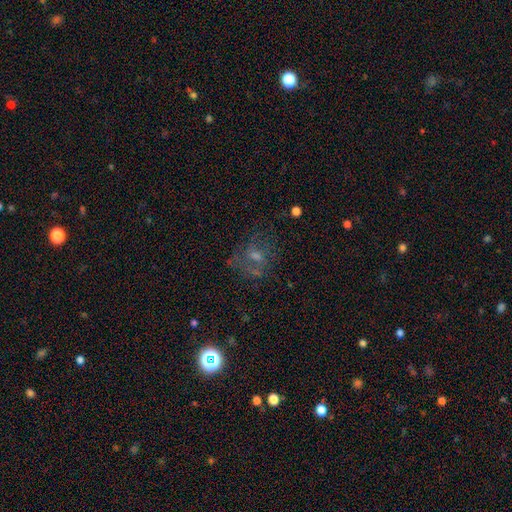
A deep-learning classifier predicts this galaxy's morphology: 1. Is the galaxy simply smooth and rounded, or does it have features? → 42% featured or disk, 37% smooth, 21% star or artifact.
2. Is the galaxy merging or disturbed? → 51% none, 24% major disturbance, 19% minor disturbance, 5% merger.